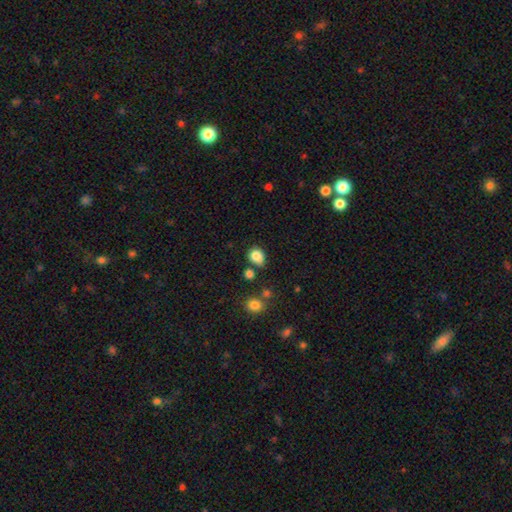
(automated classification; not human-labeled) Q: Smooth or featured?
A: smooth (84%); runner-up: star or artifact (11%)
Q: How rounded?
A: round (63%); runner-up: in between (36%)
Q: Merging?
A: none (57%); runner-up: minor disturbance (24%)